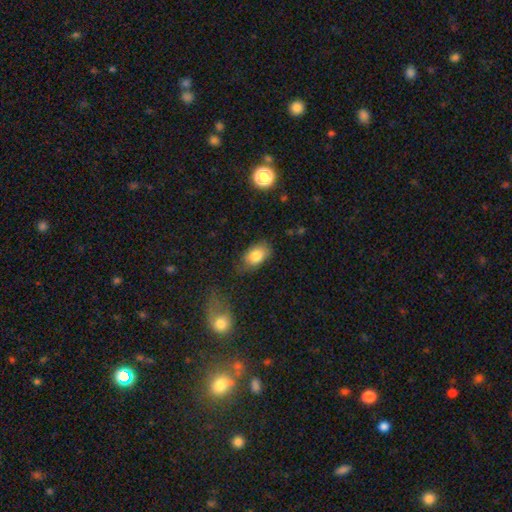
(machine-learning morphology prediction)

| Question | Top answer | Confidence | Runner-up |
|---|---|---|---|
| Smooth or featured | smooth | 80% | featured or disk (12%) |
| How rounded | in between | 88% | round (10%) |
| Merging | none | 67% | minor disturbance (24%) |